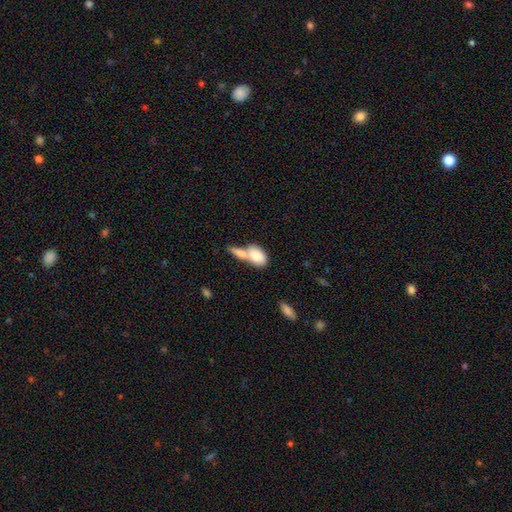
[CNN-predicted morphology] smooth 81%, featured or disk 13%, star or artifact 6%. Down the decision tree: how rounded — in between (87%); merging — merger (66%).